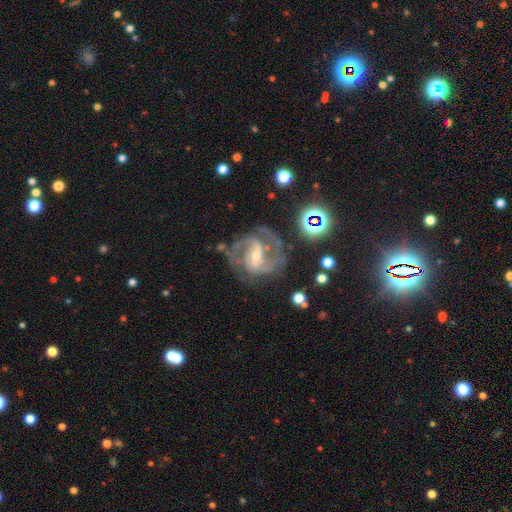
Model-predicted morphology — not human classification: Q: Smooth or featured?
A: featured or disk (89%); runner-up: star or artifact (7%)
Q: Edge-on disk?
A: no (97%); runner-up: yes (3%)
Q: Bar?
A: weak (42%); runner-up: strong (40%)
Q: Spiral arms?
A: yes (97%); runner-up: no (3%)
Q: Spiral winding?
A: medium (57%); runner-up: tight (29%)
Q: Spiral arm count?
A: 2 (79%); runner-up: 3 (9%)
Q: Bulge size?
A: small (61%); runner-up: moderate (34%)
Q: Merging?
A: none (68%); runner-up: minor disturbance (17%)